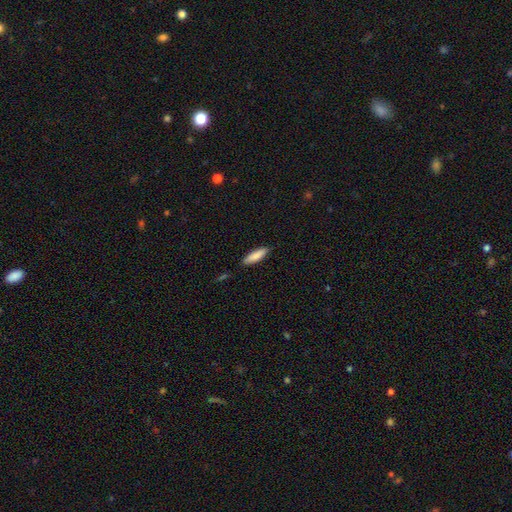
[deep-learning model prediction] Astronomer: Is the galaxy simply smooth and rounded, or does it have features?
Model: smooth — 84%.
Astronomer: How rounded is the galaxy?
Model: cigar-shaped — 63%.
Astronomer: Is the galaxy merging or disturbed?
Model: none — 87%.